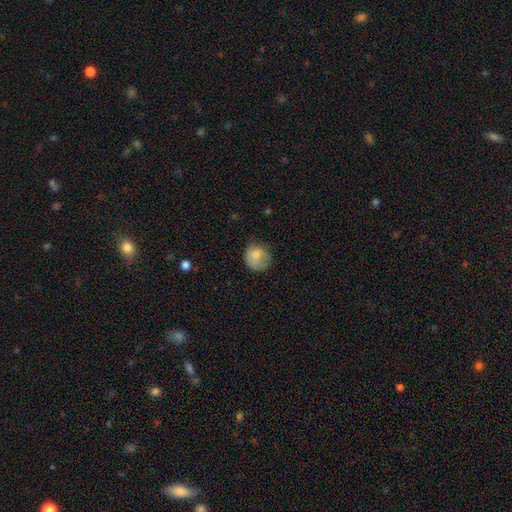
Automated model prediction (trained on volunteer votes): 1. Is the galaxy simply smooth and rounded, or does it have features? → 79% smooth, 12% featured or disk, 8% star or artifact.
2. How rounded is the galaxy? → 79% round, 20% in between, 1% cigar-shaped.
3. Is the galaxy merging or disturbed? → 59% none, 28% minor disturbance, 11% major disturbance, 2% merger.